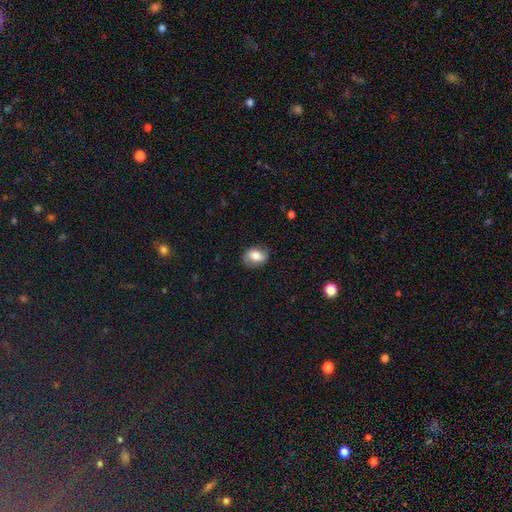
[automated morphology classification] type=smooth (61%); roundness=in between (70%); merging=none (77%).